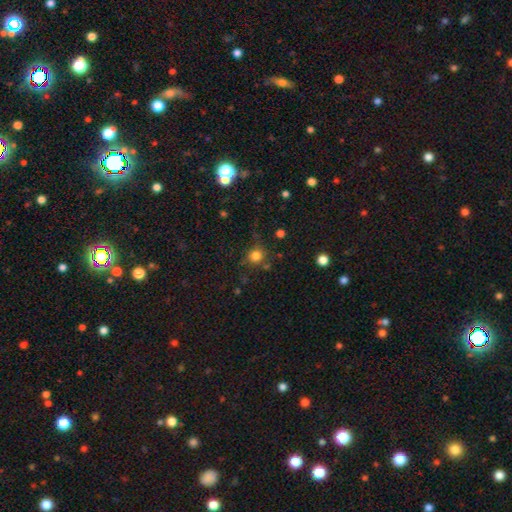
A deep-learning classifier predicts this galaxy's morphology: This appears to be a smooth galaxy with no disk features (80%) that is round (90%). Merging: none (75%).